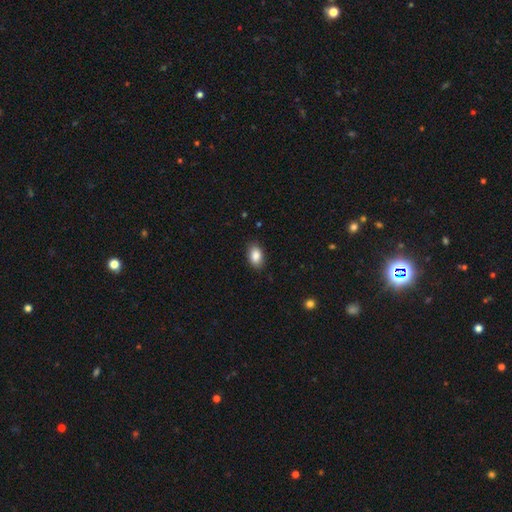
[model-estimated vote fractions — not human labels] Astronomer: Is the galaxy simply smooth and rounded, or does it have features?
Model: smooth — 87%.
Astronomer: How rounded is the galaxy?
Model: in between — 90%.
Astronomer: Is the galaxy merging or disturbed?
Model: none — 86%.